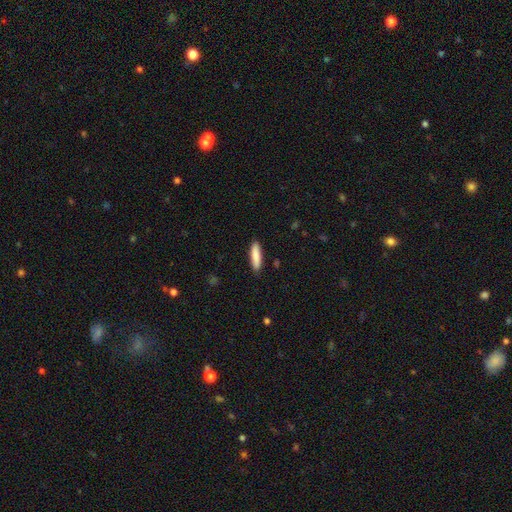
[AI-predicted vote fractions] Overall: smooth (85%). How rounded: cigar-shaped (74%). Merging: none (88%).